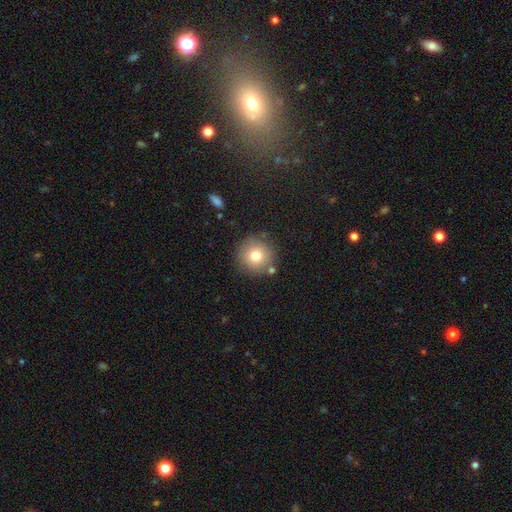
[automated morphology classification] Smooth or featured? Predicted: smooth (p=0.77). How rounded? Predicted: round (p=0.94). Merging? Predicted: none (p=0.82).